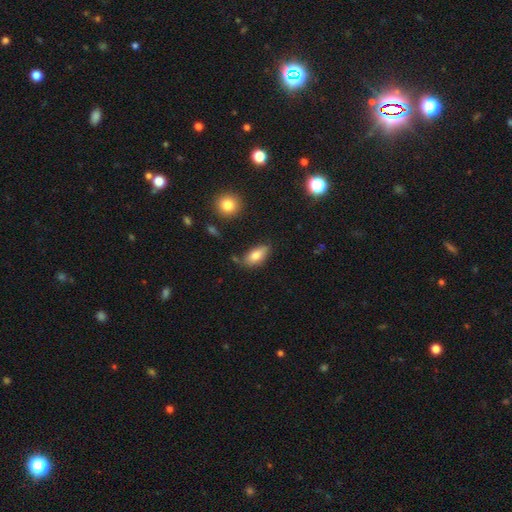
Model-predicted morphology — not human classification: This appears to be a smooth galaxy with no disk features (78%) that is in between round and cigar-shaped (88%). Merging: none (69%).